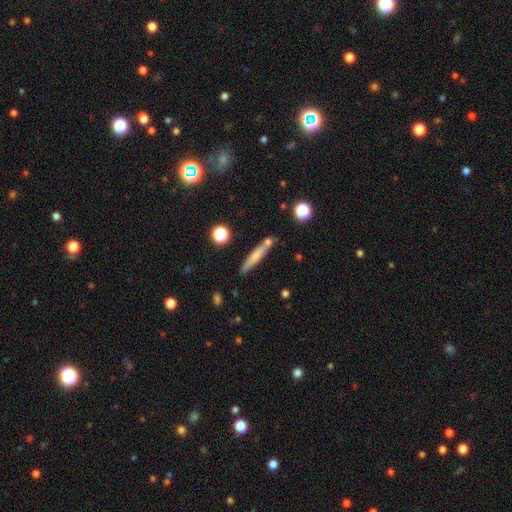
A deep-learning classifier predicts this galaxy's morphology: Q: Smooth or featured?
A: smooth (67%); runner-up: featured or disk (26%)
Q: How rounded?
A: cigar-shaped (91%); runner-up: in between (7%)
Q: Merging?
A: none (73%); runner-up: minor disturbance (13%)